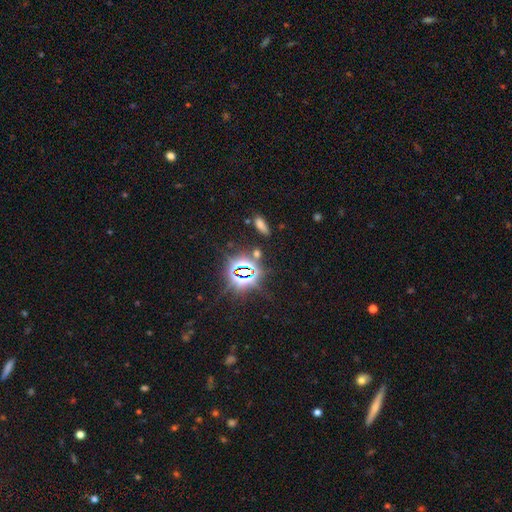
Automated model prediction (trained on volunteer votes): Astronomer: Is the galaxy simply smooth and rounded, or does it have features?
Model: star or artifact — 71%.